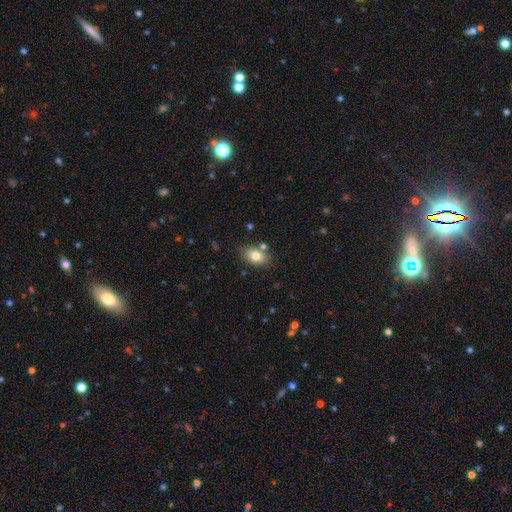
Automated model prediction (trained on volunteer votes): Smooth or featured? smooth (81%)
How rounded? in between (86%)
Merging? none (78%)